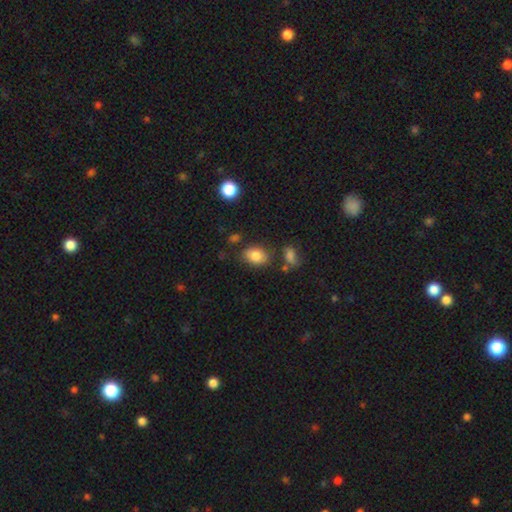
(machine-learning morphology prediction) The model was most divided on "how rounded": in between: 73%, round: 26%, cigar-shaped: 1%. More confident: smooth or featured — smooth (82%); merging — none (75%).